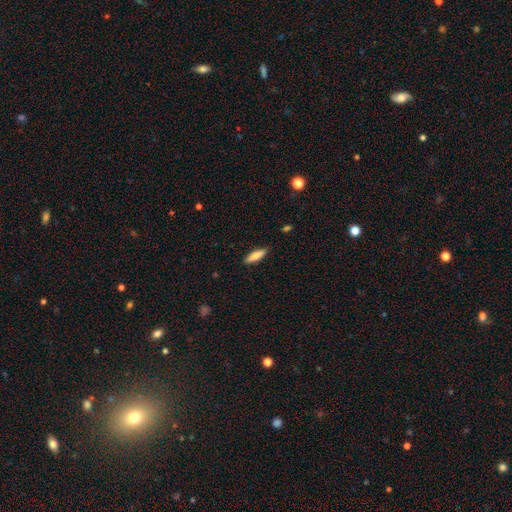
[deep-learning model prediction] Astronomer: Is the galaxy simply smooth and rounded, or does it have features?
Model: smooth — 80%.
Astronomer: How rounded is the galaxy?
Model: cigar-shaped — 60% (runner-up: in between, 38%).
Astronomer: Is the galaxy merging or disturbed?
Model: none — 89%.